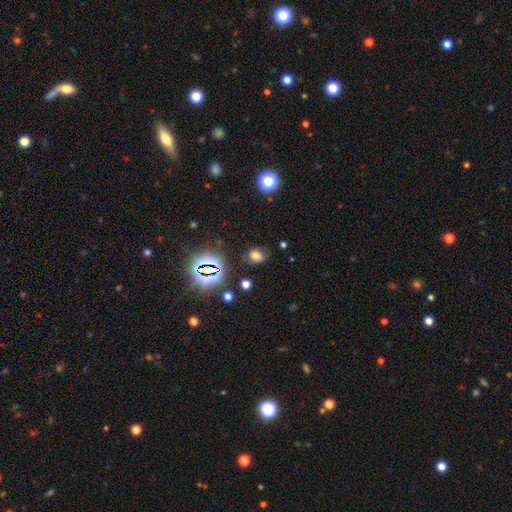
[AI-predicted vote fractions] smooth_or_featured: smooth (p=0.63) [alt: star or artifact p=0.27]
how_rounded: in between (p=0.63) [alt: round p=0.36]
merging: none (p=0.72) [alt: minor disturbance p=0.19]